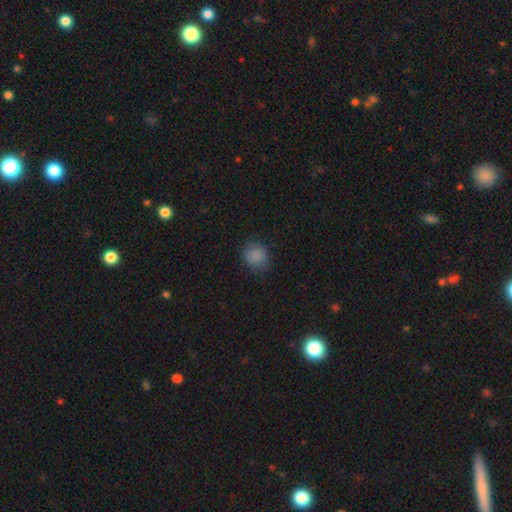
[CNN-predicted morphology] The model was most divided on "how rounded": round: 82%, in between: 17%, cigar-shaped: 1%. More confident: smooth or featured — smooth (85%); merging — none (80%).